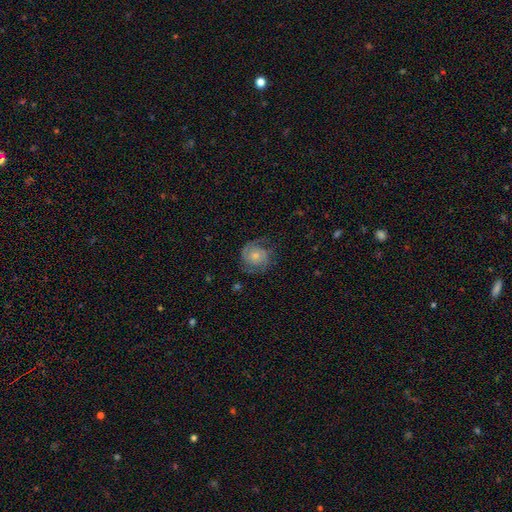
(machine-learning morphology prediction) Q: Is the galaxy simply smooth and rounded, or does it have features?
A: featured or disk — 62%.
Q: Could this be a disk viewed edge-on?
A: no — 98%.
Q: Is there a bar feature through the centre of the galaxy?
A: no — 78%.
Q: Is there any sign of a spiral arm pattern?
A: yes — 89%.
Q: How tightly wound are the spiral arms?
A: tight — 42%.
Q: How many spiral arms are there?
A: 2 — 66%.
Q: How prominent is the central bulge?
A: small — 52%.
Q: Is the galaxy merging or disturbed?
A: none — 63%.